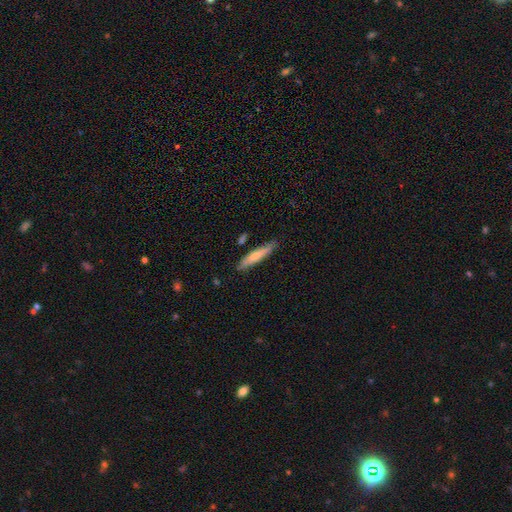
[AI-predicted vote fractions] smooth 65%, featured or disk 30%, star or artifact 5%. Down the decision tree: how rounded — cigar-shaped (89%); merging — none (82%).